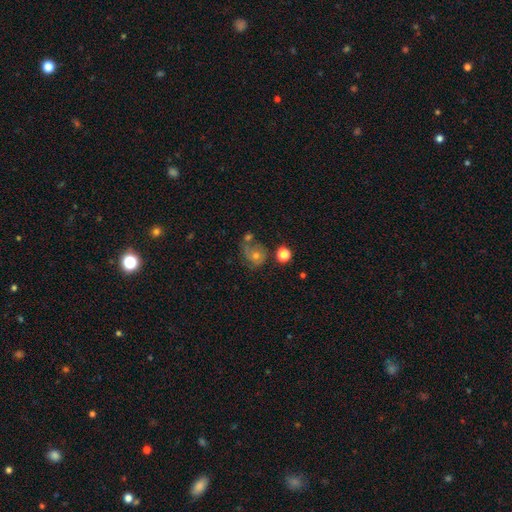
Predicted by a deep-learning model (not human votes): smooth-or-featured: featured or disk: 44% | smooth: 38% | star or artifact: 19%
  merging: none: 49% | minor disturbance: 19% | major disturbance: 16% | merger: 15%